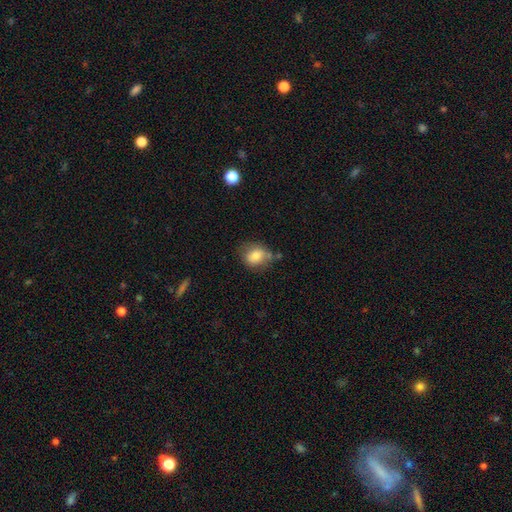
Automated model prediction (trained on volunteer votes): This appears to be a smooth galaxy with no disk features (78%) that is round (57%). Merging: none (61%).